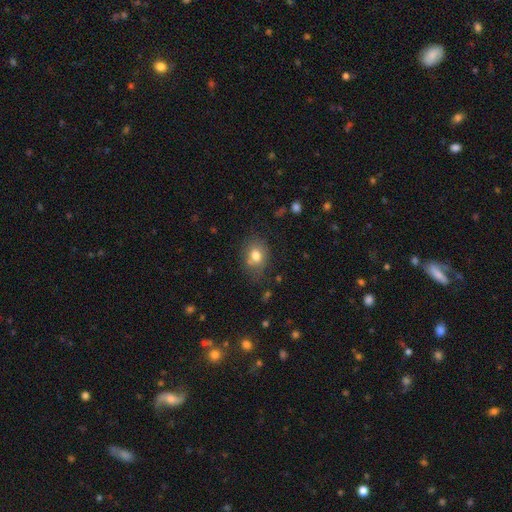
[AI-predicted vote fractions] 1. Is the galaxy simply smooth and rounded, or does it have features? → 77% smooth, 13% featured or disk, 10% star or artifact.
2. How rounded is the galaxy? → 53% in between, 46% round, 1% cigar-shaped.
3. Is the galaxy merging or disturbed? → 67% none, 20% minor disturbance, 7% merger, 6% major disturbance.